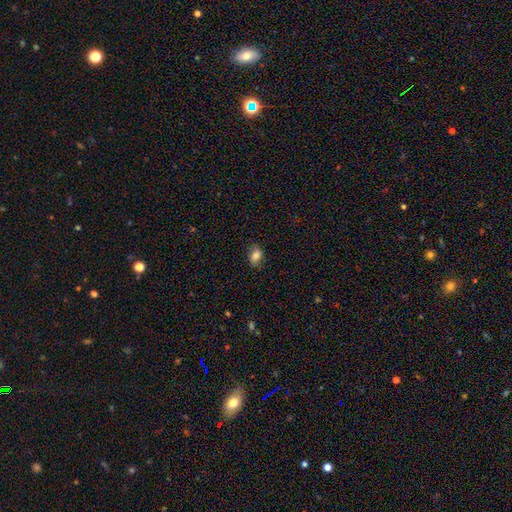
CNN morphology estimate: smooth_or_featured: smooth (p=0.80) [alt: featured or disk p=0.11]
how_rounded: in between (p=0.80) [alt: round p=0.18]
merging: none (p=0.79) [alt: minor disturbance p=0.16]